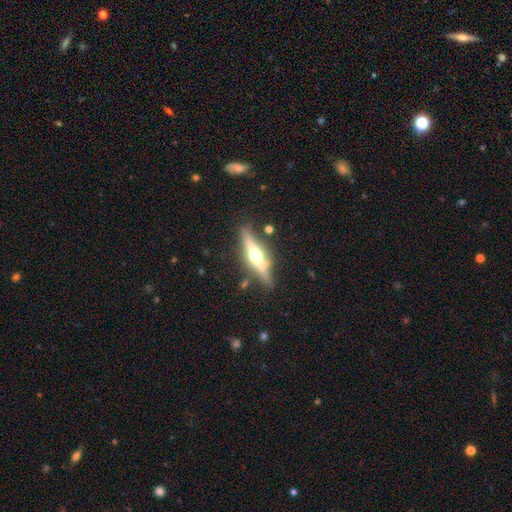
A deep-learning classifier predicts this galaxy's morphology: Q: Smooth or featured?
A: featured or disk (77%); runner-up: smooth (17%)
Q: Edge-on disk?
A: yes (96%); runner-up: no (4%)
Q: Edge-on bulge?
A: rounded (95%); runner-up: boxy (3%)
Q: Merging?
A: none (80%); runner-up: minor disturbance (13%)